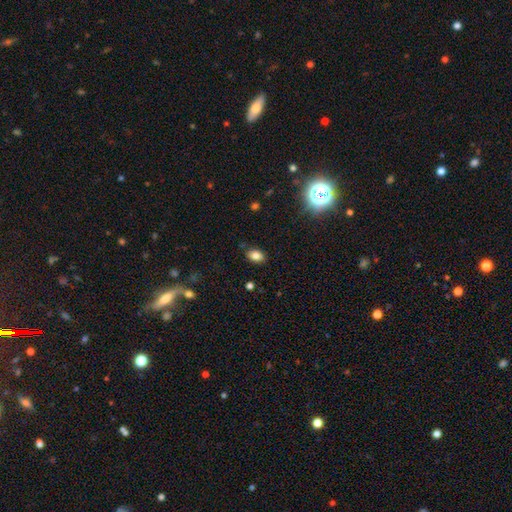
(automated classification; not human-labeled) smooth-or-featured: smooth: 81% | star or artifact: 11% | featured or disk: 8%
  how-rounded: in between: 82% | round: 16% | cigar-shaped: 1%
  merging: none: 85% | minor disturbance: 11% | major disturbance: 2% | merger: 2%